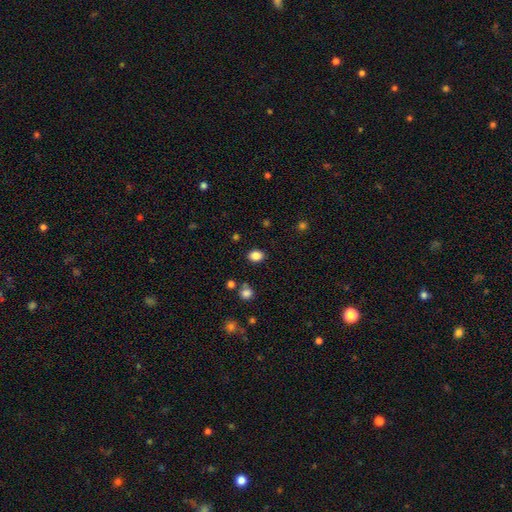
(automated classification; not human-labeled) Morphology: type=smooth (85%); roundness=in between (57%); merging=none (86%).